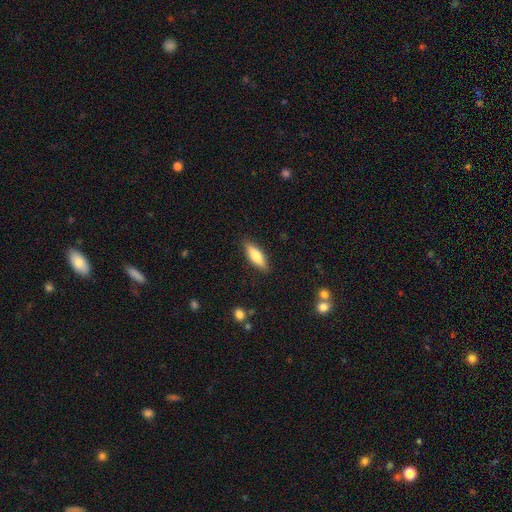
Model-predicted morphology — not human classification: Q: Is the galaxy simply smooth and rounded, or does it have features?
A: smooth — 74%.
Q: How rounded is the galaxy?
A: in between — 52%.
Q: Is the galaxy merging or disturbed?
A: none — 87%.